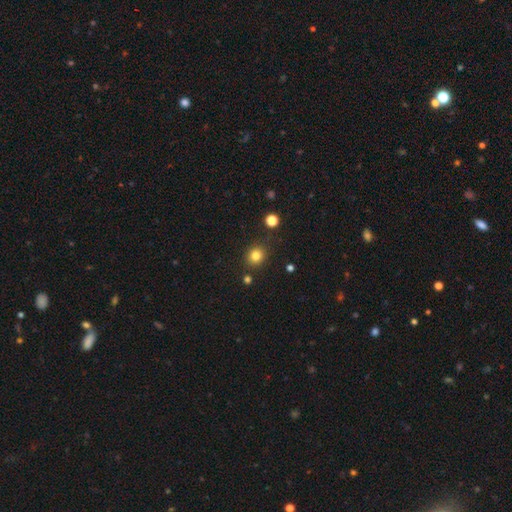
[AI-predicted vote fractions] Smooth or featured: smooth — 81% (star or artifact — 13%)
How rounded: round — 79% (in between — 20%)
Merging: none — 84% (minor disturbance — 9%)